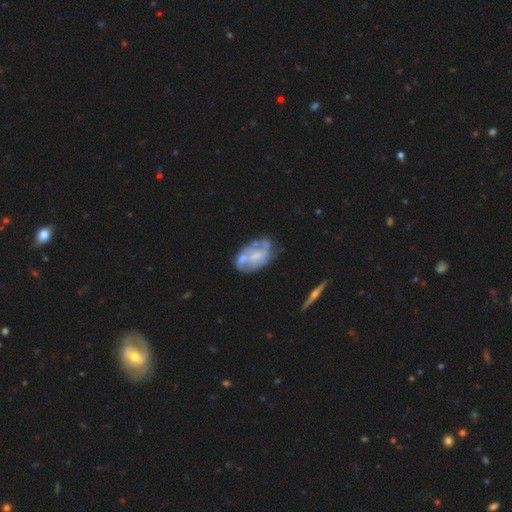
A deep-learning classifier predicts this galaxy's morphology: Smooth or featured: featured or disk — 67% (smooth — 26%)
Edge-on disk: no — 96% (yes — 4%)
Bar: no — 66% (weak — 25%)
Spiral arms: no — 63% (yes — 37%)
Bulge size: none — 37% (small — 31%)
Merging: none — 39% (minor disturbance — 24%)